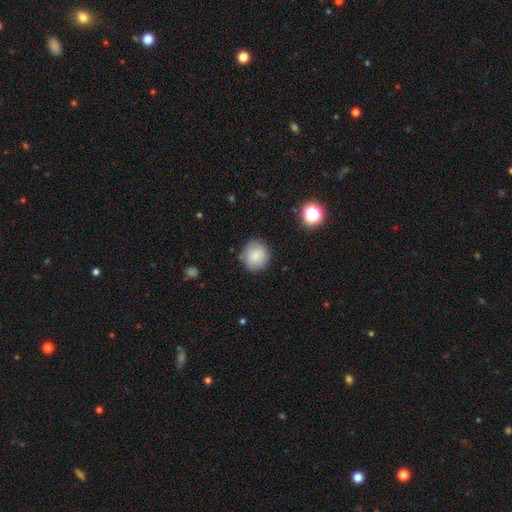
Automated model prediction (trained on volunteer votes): A smooth galaxy with no disk features (84%) that is round (89%). Merging: none (83%).